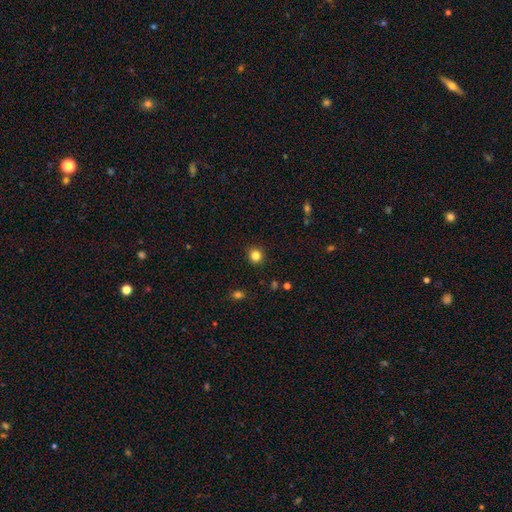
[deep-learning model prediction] A smooth galaxy with no disk features (83%) that is round (91%).

Vote fractions:
- Smooth or featured? smooth: 83% / star or artifact: 12% / featured or disk: 5%
- How rounded? round: 91% / in between: 8% / cigar-shaped: 1%
- Merging? none: 91% / minor disturbance: 6% / major disturbance: 2% / merger: 1%